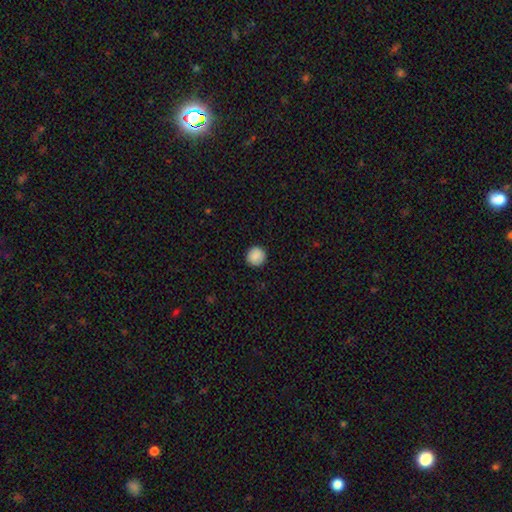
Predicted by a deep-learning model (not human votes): Overall: smooth (89%). How rounded: round (95%). Merging: none (92%).